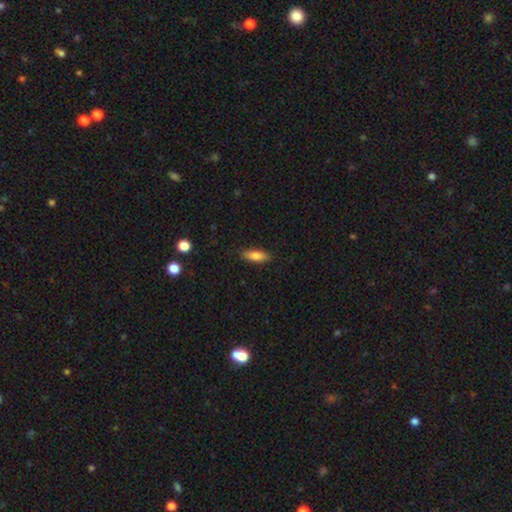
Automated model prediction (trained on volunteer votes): The model was most divided on "how rounded": in between: 62%, cigar-shaped: 36%, round: 2%. More confident: merging — none (86%); smooth or featured — smooth (80%).